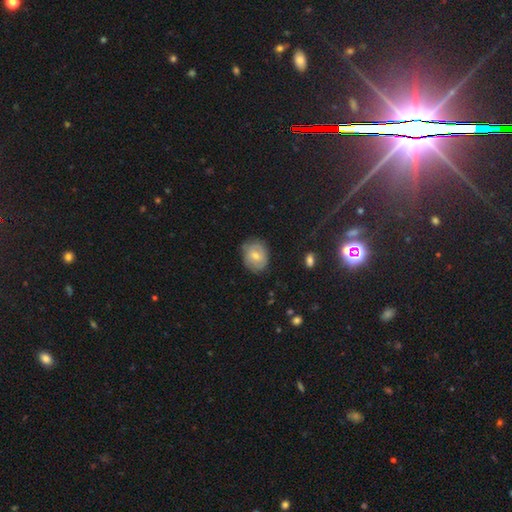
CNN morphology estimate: smooth-or-featured: smooth: 57% | featured or disk: 35% | star or artifact: 8%
  how-rounded: in between: 51% | round: 48% | cigar-shaped: 1%
  merging: none: 73% | minor disturbance: 21% | major disturbance: 5% | merger: 1%